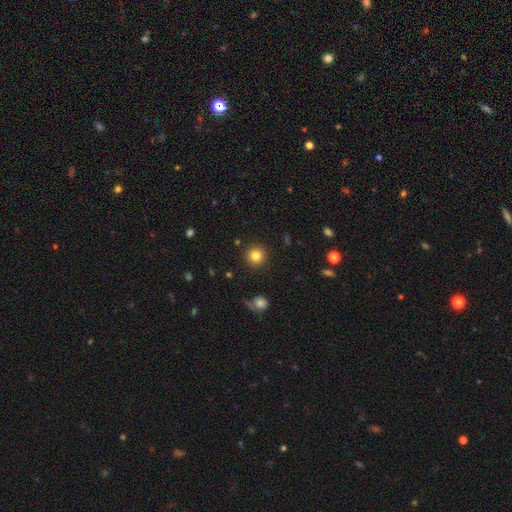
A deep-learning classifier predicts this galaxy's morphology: Smooth or featured: smooth — 83% (star or artifact — 11%)
How rounded: round — 95% (in between — 4%)
Merging: none — 91% (minor disturbance — 5%)